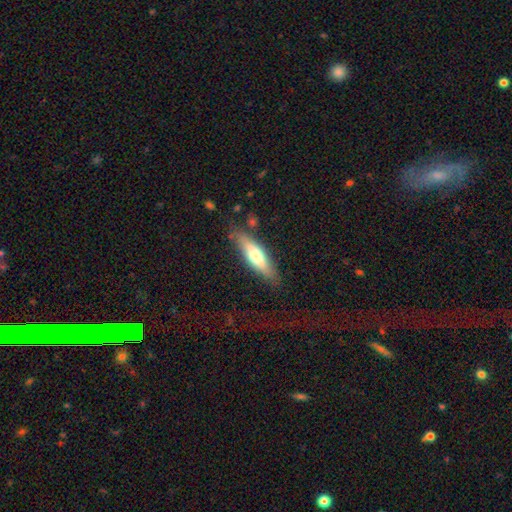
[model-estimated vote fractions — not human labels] This is possibly a smooth galaxy (57%). How rounded: likely cigar-shaped (60%). Merging: likely none (78%).